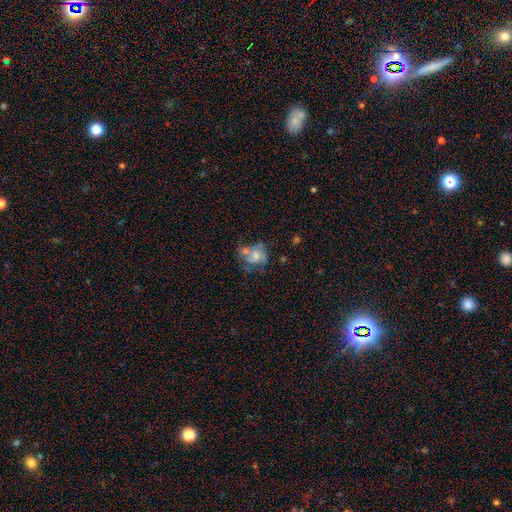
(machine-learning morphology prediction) type=featured or disk (51%); edge-on=no (97%); merging=none (33%).